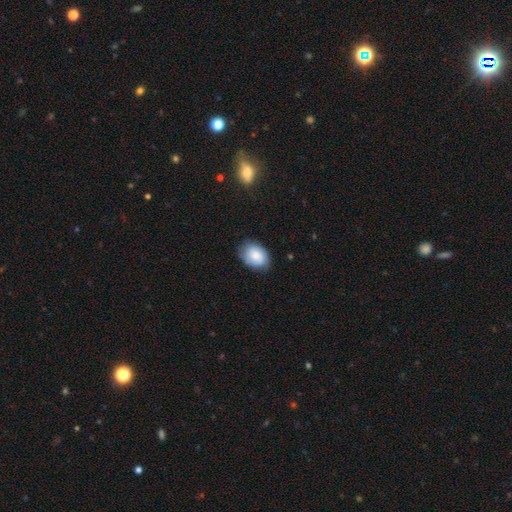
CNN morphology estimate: smooth_or_featured: smooth (p=0.80) [alt: featured or disk p=0.13]
how_rounded: in between (p=0.76) [alt: round p=0.23]
merging: none (p=0.74) [alt: minor disturbance p=0.21]